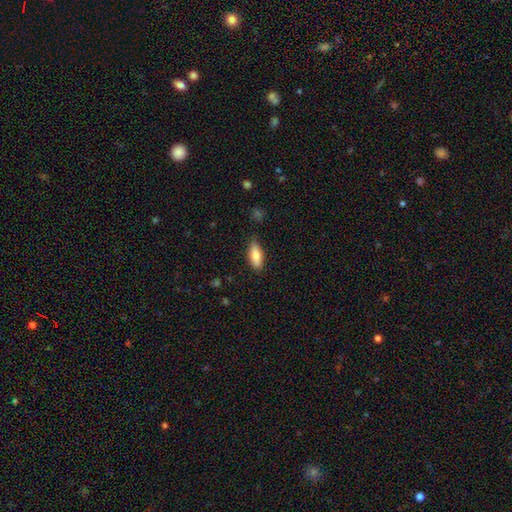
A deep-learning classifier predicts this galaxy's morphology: Smooth or featured? smooth (81%)
How rounded? in between (78%)
Merging? none (81%)